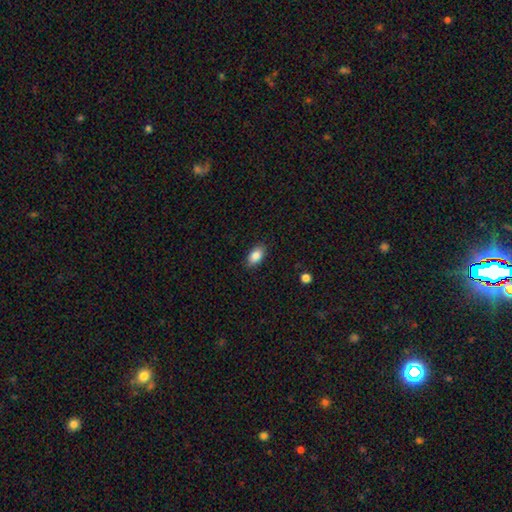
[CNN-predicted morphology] type=smooth (86%); roundness=in between (91%); merging=none (87%).